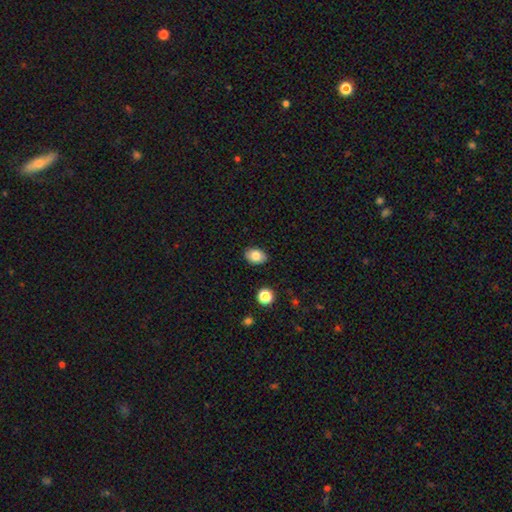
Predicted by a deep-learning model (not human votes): Smooth or featured? Predicted: smooth (p=0.82). How rounded? Predicted: in between (p=0.81). Merging? Predicted: none (p=0.87).